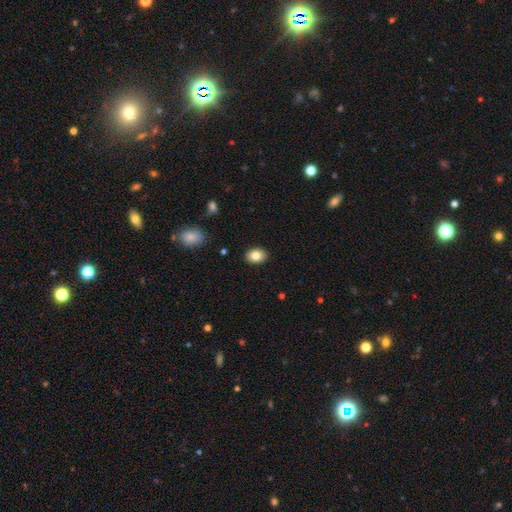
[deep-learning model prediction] A smooth galaxy with no disk features (82%) that is in between round and cigar-shaped (70%).

Vote fractions:
- Smooth or featured? smooth: 82% / featured or disk: 10% / star or artifact: 9%
- How rounded? in between: 70% / round: 29% / cigar-shaped: 1%
- Merging? none: 89% / minor disturbance: 8% / major disturbance: 2% / merger: 1%